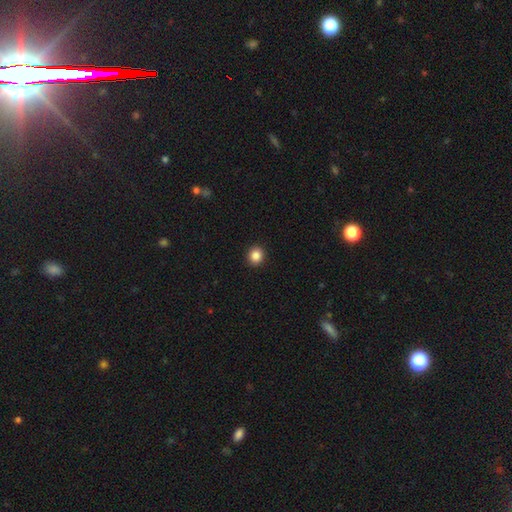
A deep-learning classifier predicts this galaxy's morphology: A smooth galaxy with no disk features (86%) that is round (86%).

Vote fractions:
- Smooth or featured? smooth: 86% / star or artifact: 10% / featured or disk: 4%
- How rounded? round: 86% / in between: 13% / cigar-shaped: 1%
- Merging? none: 93% / minor disturbance: 5% / major disturbance: 2% / merger: 1%